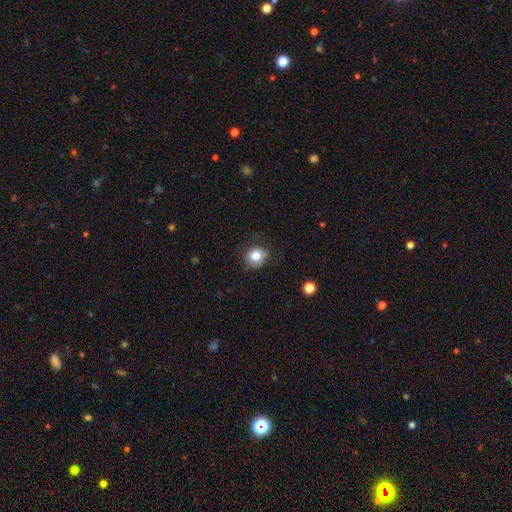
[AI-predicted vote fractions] smooth_or_featured: smooth (p=0.79) [alt: star or artifact p=0.11]
how_rounded: round (p=0.76) [alt: in between p=0.23]
merging: none (p=0.73) [alt: minor disturbance p=0.20]